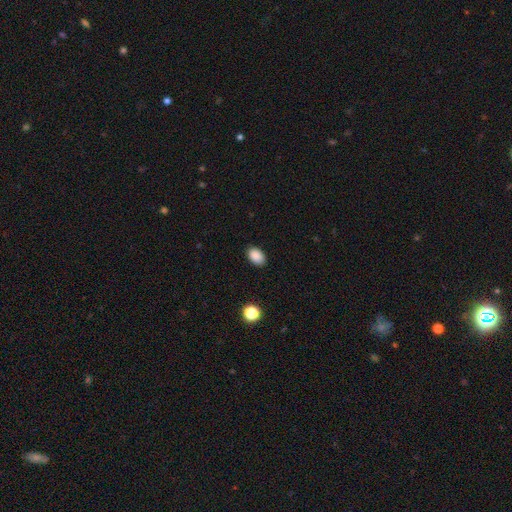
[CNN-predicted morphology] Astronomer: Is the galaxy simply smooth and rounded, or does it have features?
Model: smooth — 88%.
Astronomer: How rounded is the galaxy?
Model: in between — 85%.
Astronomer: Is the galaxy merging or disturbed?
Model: none — 88%.